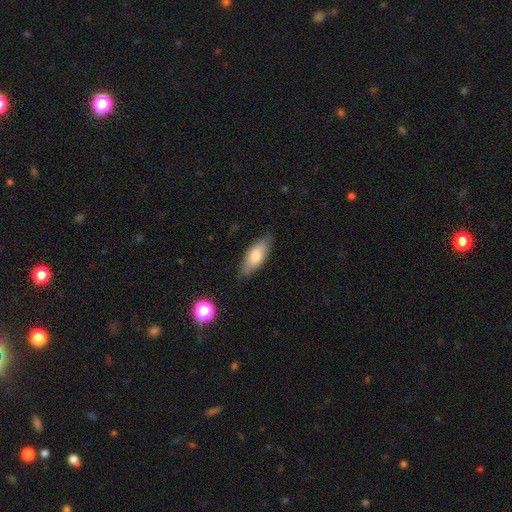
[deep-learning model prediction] This is likely a smooth galaxy (73%). How rounded: likely in between (75%). Merging: likely none (78%).